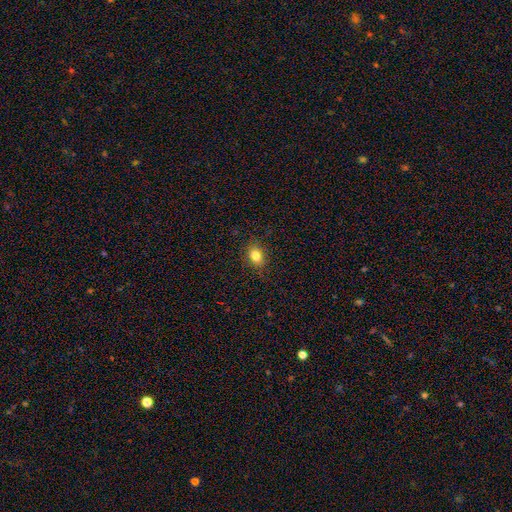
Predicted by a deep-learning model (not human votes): Smooth or featured?
  - smooth: 81% *
  - star or artifact: 11%
  - featured or disk: 7%
How rounded?
  - in between: 63% *
  - round: 35%
  - cigar-shaped: 2%
Merging?
  - none: 87% *
  - minor disturbance: 10%
  - major disturbance: 2%
  - merger: 1%